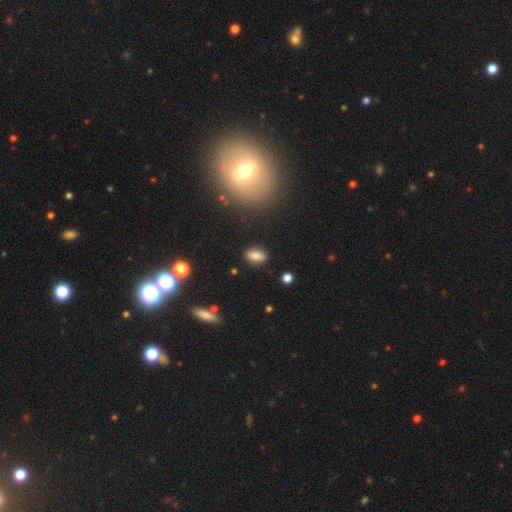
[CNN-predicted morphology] A smooth galaxy with no disk features (82%) that is in between round and cigar-shaped (88%). Merging: none (86%).